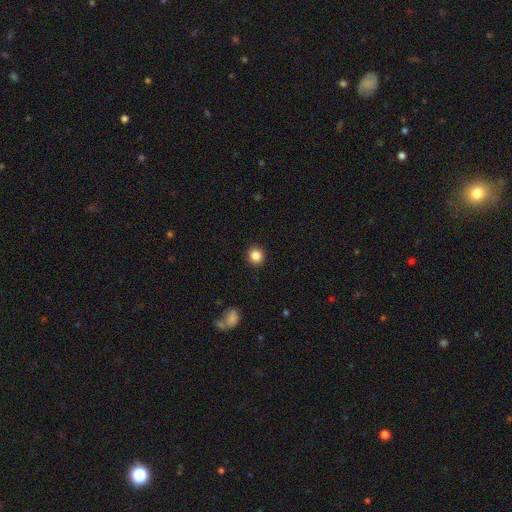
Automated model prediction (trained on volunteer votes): Smooth or featured: smooth — 86% (star or artifact — 10%)
How rounded: round — 90% (in between — 9%)
Merging: none — 92% (minor disturbance — 5%)